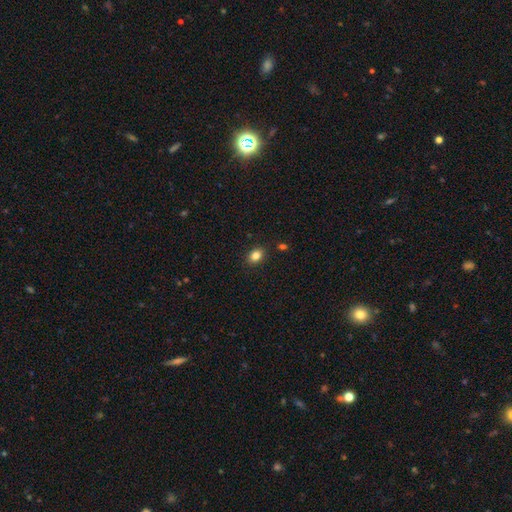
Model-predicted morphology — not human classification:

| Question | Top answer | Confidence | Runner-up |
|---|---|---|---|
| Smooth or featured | smooth | 83% | star or artifact (11%) |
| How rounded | in between | 67% | round (32%) |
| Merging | none | 87% | minor disturbance (9%) |